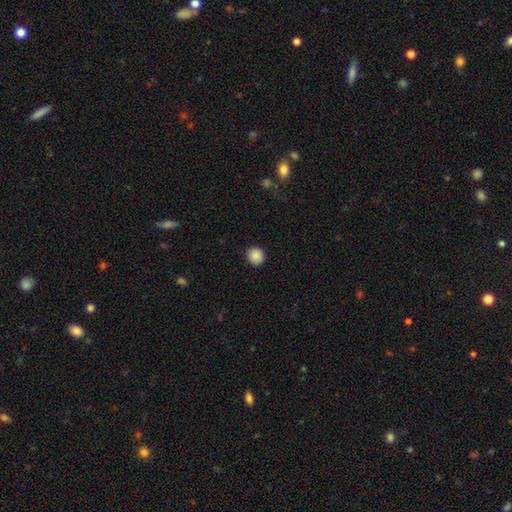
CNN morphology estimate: type=smooth (88%); roundness=round (92%); merging=none (92%).